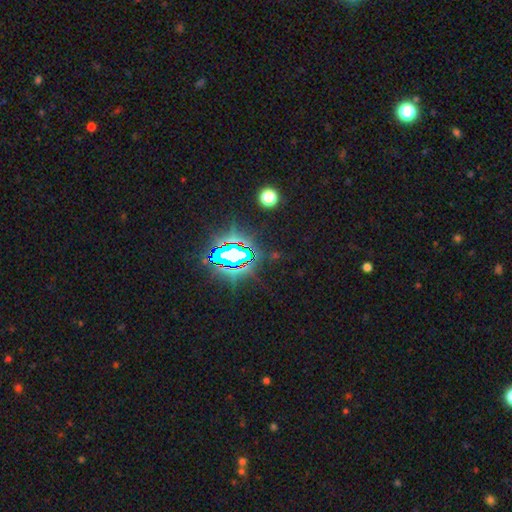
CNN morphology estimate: Smooth or featured: star or artifact — 81% (smooth — 11%)